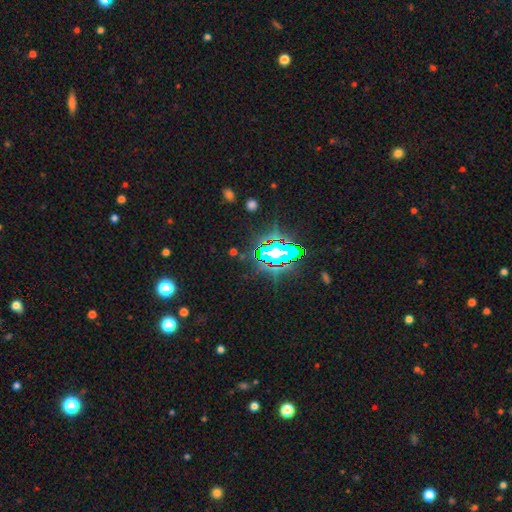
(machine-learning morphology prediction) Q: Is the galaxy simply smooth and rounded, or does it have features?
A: star or artifact — 78%.